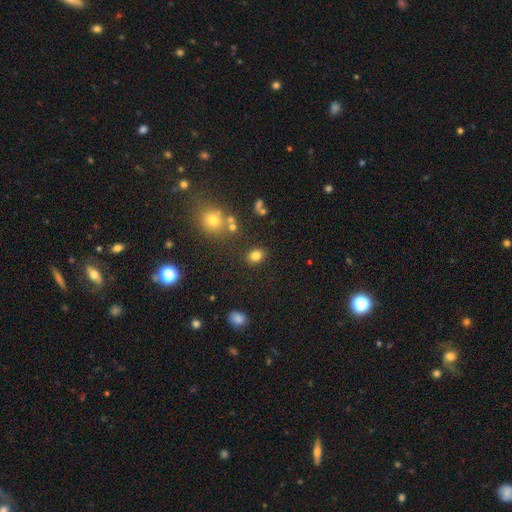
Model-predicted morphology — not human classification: Overall: smooth (82%). How rounded: in between (61%; round 38%). Merging: none (82%).